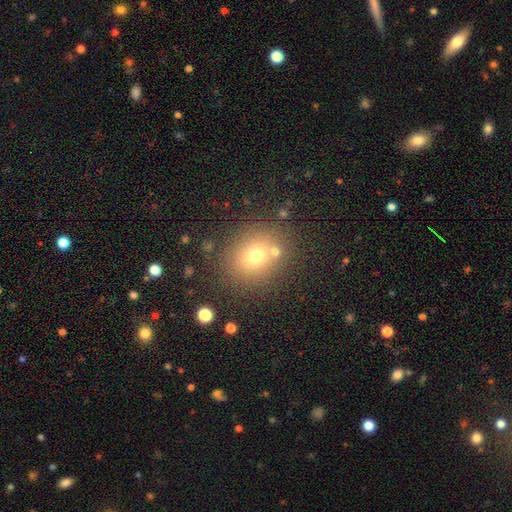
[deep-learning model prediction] Overall: smooth (70%). How rounded: round (66%; in between 33%). Merging: none (75%).